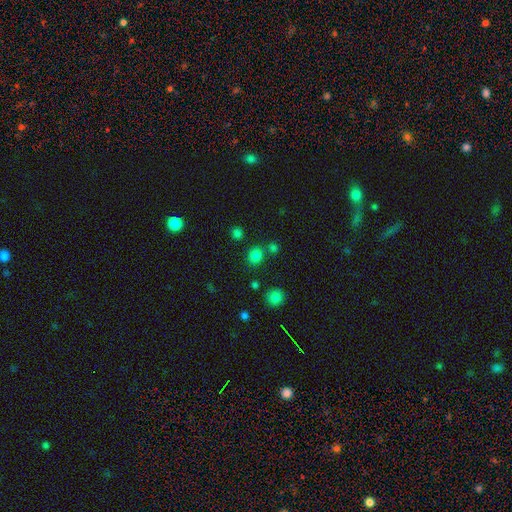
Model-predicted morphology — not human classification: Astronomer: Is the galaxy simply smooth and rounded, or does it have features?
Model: smooth — 79%.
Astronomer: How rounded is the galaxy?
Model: round — 80%.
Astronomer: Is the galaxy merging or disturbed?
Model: none — 78%.